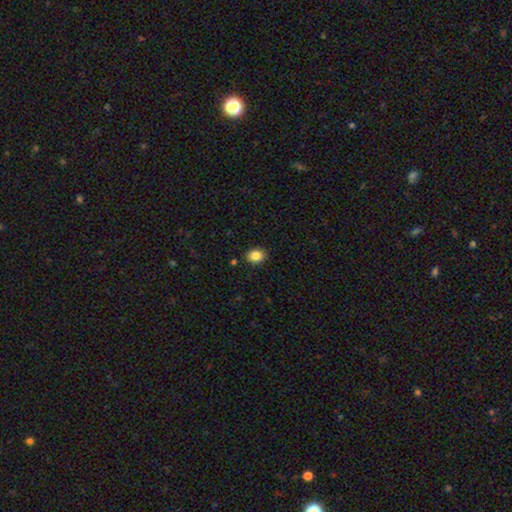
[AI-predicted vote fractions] Overall: smooth (85%). How rounded: round (58%; in between 41%). Merging: none (89%).